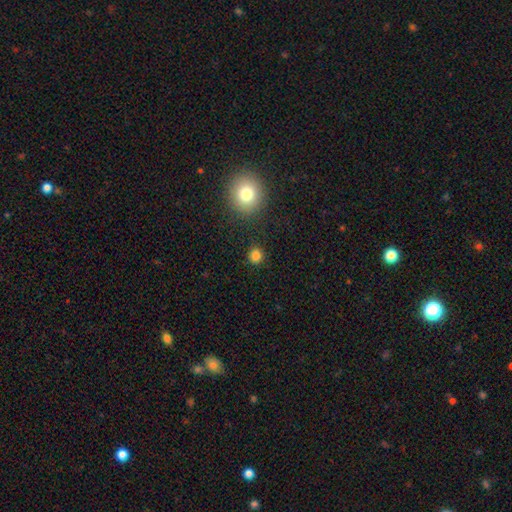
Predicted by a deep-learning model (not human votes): Q: Smooth or featured?
A: smooth (83%); runner-up: star or artifact (14%)
Q: How rounded?
A: round (91%); runner-up: in between (8%)
Q: Merging?
A: none (90%); runner-up: minor disturbance (6%)